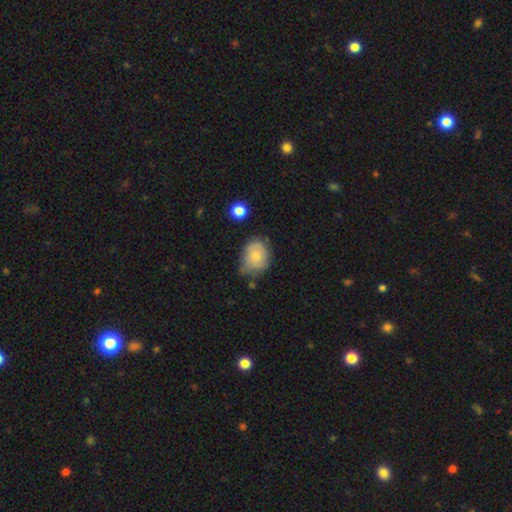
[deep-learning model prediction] Smooth or featured? smooth (73%)
How rounded? in between (55%)
Merging? none (50%)